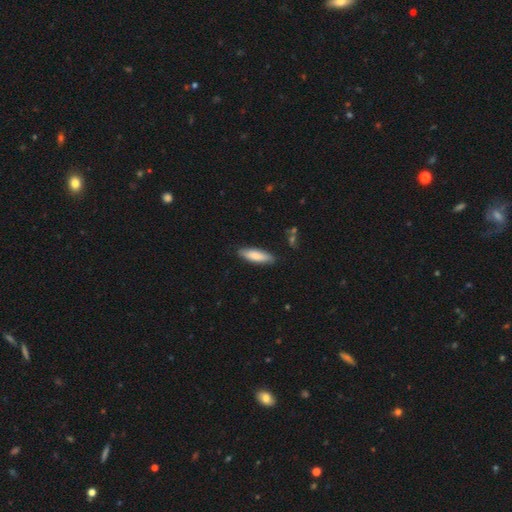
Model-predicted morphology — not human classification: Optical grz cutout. It shows a smooth galaxy with no disk features (81%) that is cigar-shaped (54%). Merging: none (85%).